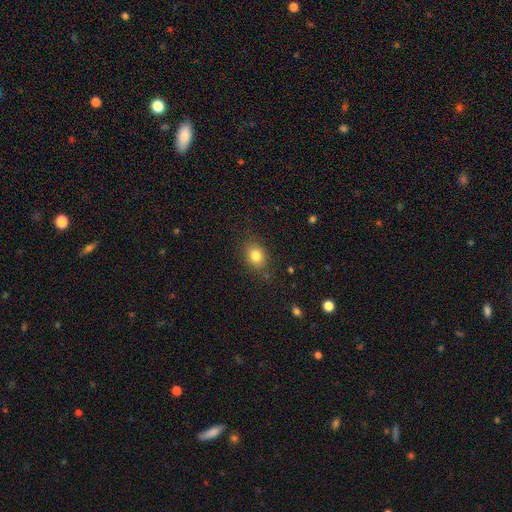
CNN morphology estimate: Smooth or featured?
  - smooth: 82% *
  - star or artifact: 11%
  - featured or disk: 7%
How rounded?
  - in between: 50% *
  - round: 49%
  - cigar-shaped: 1%
Merging?
  - none: 83% *
  - minor disturbance: 12%
  - major disturbance: 3%
  - merger: 2%